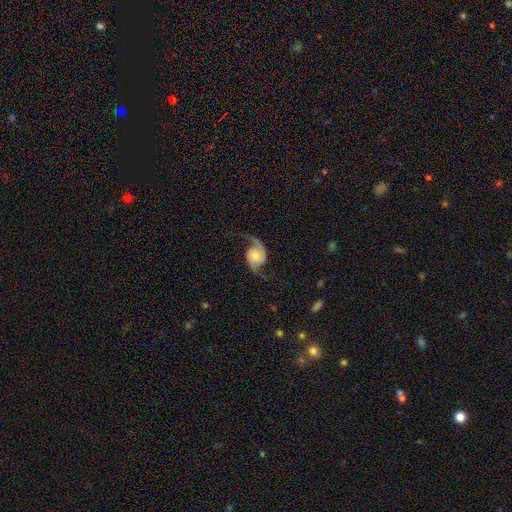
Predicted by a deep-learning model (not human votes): This is clearly a featured or disk galaxy (89%). It is clearly not viewed edge-on (98%). Bar: likely no (72%). Spiral arm pattern: clearly yes (98%). Spiral arm count: clearly 2 (94%). Spiral winding: likely loose (72%). Central bulge: marginally small (33%). Merging: likely none (75%).